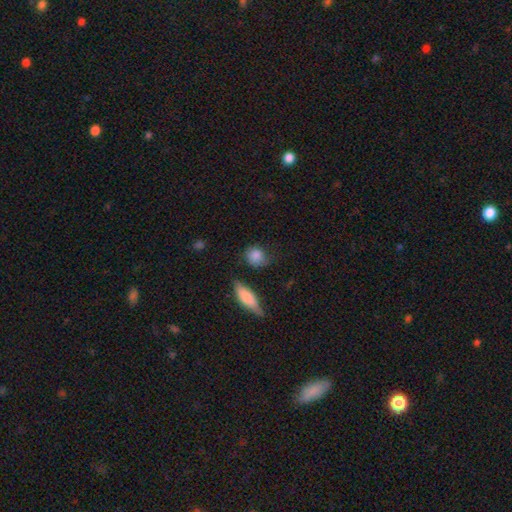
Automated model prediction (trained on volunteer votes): Morphology: type=smooth (83%); roundness=round (66%); merging=none (62%).